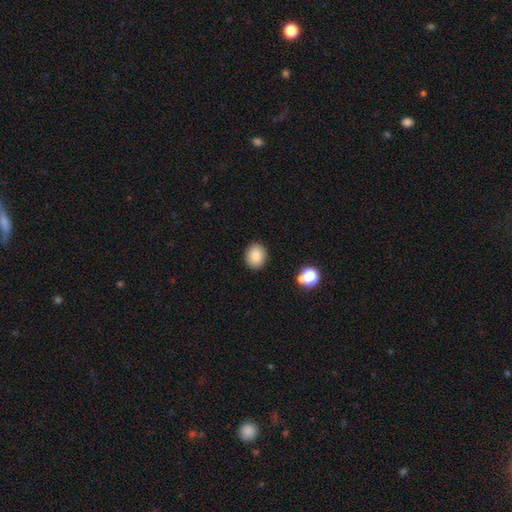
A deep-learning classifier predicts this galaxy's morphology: Smooth or featured?
  - smooth: 85% *
  - star or artifact: 10%
  - featured or disk: 5%
How rounded?
  - round: 71% *
  - in between: 28%
  - cigar-shaped: 1%
Merging?
  - none: 90% *
  - minor disturbance: 7%
  - major disturbance: 2%
  - merger: 2%